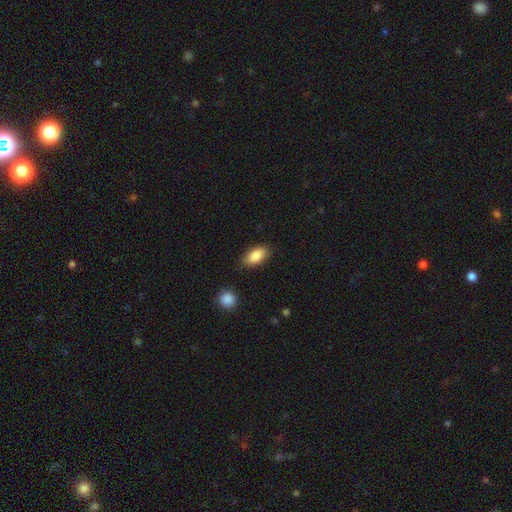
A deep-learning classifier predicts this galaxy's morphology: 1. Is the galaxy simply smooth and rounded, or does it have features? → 86% smooth, 7% featured or disk, 7% star or artifact.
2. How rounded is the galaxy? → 90% in between, 6% cigar-shaped, 4% round.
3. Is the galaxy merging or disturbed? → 83% none, 12% minor disturbance, 3% major disturbance, 2% merger.